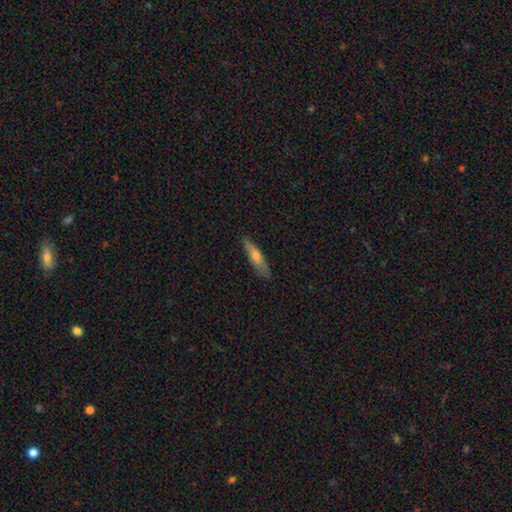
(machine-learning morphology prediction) type=smooth (59%); roundness=cigar-shaped (76%); merging=none (83%).